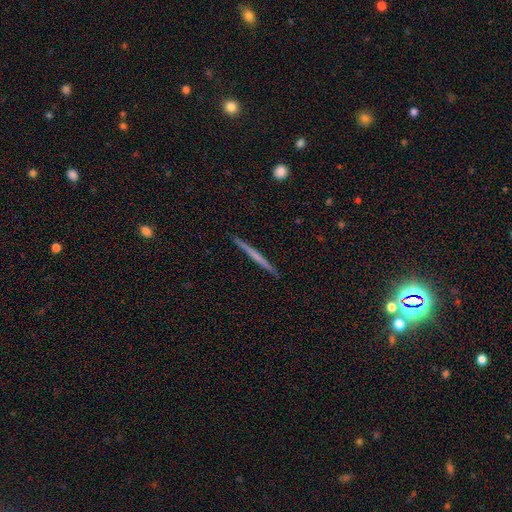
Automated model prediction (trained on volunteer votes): This is possibly a featured or disk galaxy (52%). It is clearly viewed edge-on (98%). Edge-on bulge: clearly none (87%). Merging: clearly none (92%).